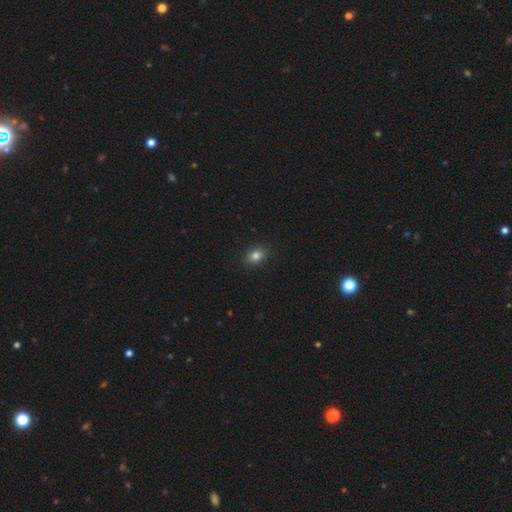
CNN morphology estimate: smooth-or-featured: smooth: 82% | star or artifact: 11% | featured or disk: 7%
  how-rounded: in between: 70% | round: 29% | cigar-shaped: 2%
  merging: none: 90% | minor disturbance: 7% | major disturbance: 2% | merger: 1%